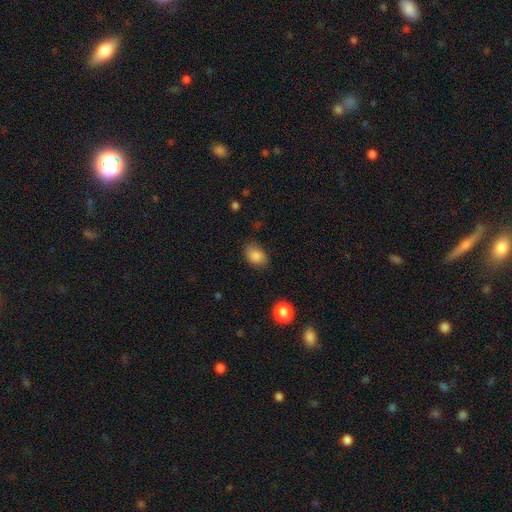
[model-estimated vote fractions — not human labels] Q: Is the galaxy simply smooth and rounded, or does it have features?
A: smooth — 84%.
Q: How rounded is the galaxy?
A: in between — 76%.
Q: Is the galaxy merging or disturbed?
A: none — 76%.